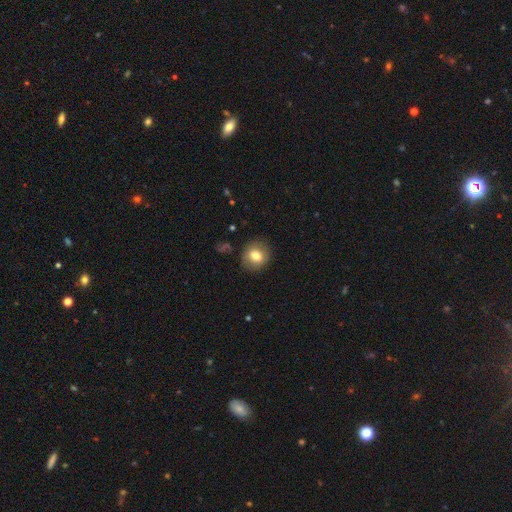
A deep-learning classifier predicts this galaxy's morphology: Smooth or featured? Predicted: smooth (p=0.78). How rounded? Predicted: round (p=0.80). Merging? Predicted: none (p=0.86).